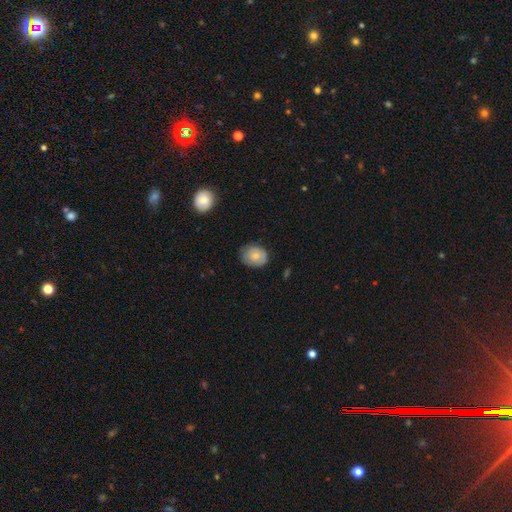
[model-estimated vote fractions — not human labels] A smooth galaxy with no disk features (72%) that is round (55%).

Vote fractions:
- Smooth or featured? smooth: 72% / featured or disk: 21% / star or artifact: 7%
- How rounded? round: 55% / in between: 44% / cigar-shaped: 1%
- Merging? none: 73% / minor disturbance: 22% / major disturbance: 4% / merger: 1%